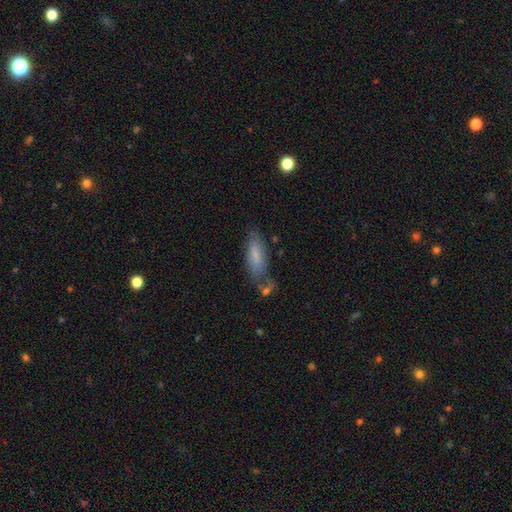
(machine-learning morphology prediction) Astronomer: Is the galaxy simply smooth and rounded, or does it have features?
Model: smooth — 71%.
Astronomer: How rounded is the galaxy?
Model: in between — 60% (runner-up: cigar-shaped, 38%).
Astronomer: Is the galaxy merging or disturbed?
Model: none — 61%.